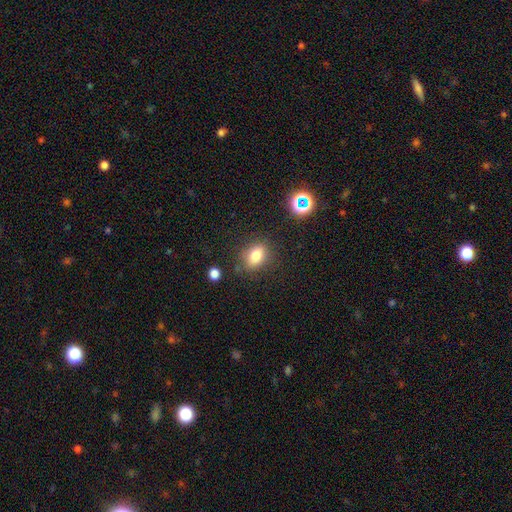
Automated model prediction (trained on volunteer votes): Morphology: type=smooth (78%); roundness=in between (70%); merging=none (80%).